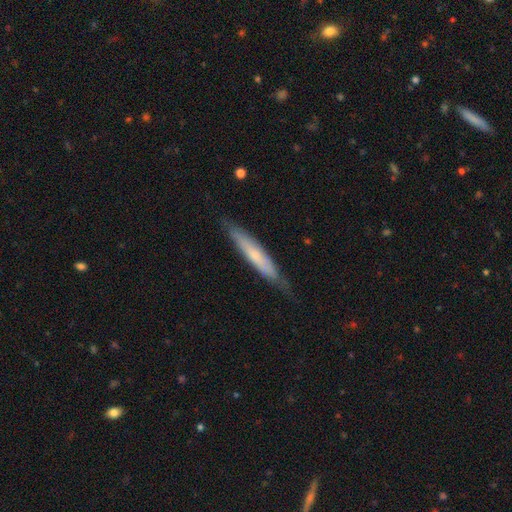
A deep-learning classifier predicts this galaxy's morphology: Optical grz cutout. It shows a smooth galaxy with no disk features (53%) that is cigar-shaped (92%). Merging: none (77%).